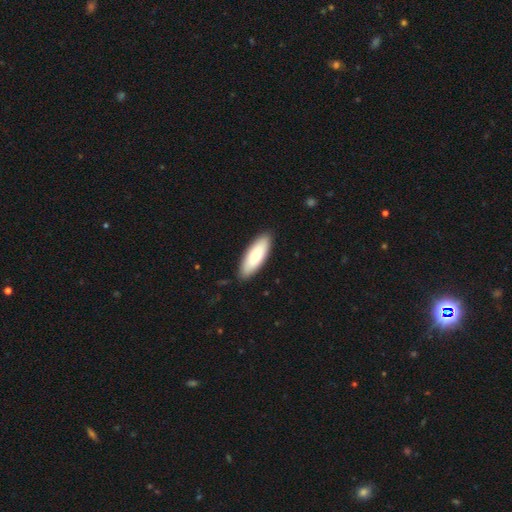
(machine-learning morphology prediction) Smooth or featured: smooth — 73% (featured or disk — 22%)
How rounded: in between — 68% (cigar-shaped — 30%)
Merging: none — 89% (minor disturbance — 9%)